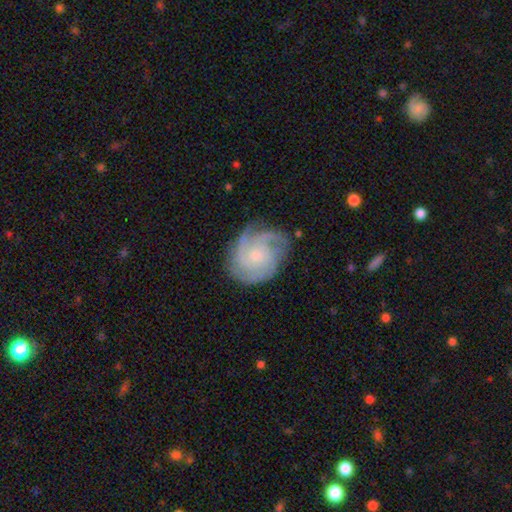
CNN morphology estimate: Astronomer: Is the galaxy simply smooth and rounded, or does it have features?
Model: featured or disk — 82%.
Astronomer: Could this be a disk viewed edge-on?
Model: no — 98%.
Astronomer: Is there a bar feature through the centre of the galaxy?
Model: no — 73%.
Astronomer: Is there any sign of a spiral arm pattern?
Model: yes — 96%.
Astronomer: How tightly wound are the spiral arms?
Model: tight — 59%.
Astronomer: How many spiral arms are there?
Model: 3 — 36% (runner-up: 4, 21%).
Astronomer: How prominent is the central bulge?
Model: small — 62%.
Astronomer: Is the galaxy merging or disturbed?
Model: none — 71%.